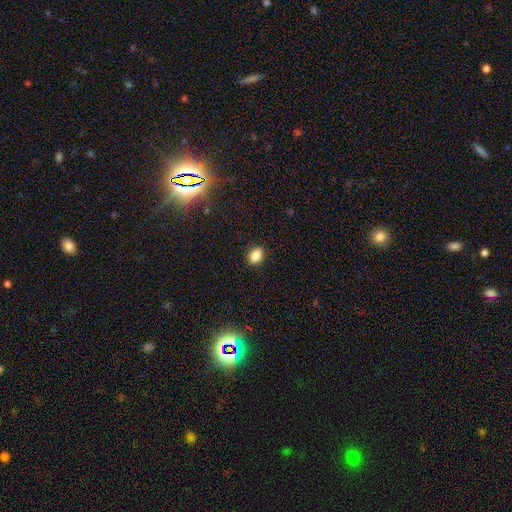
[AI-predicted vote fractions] smooth 85%, star or artifact 10%, featured or disk 5%. Down the decision tree: how rounded — in between (63%); merging — none (89%).